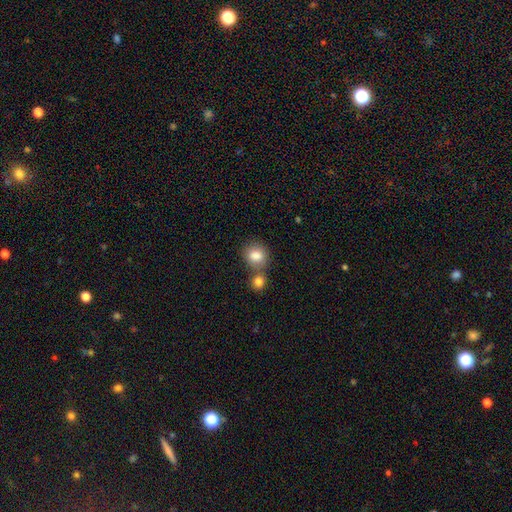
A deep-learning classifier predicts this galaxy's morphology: A smooth galaxy with no disk features (84%) that is round (72%).

Vote fractions:
- Smooth or featured? smooth: 84% / star or artifact: 9% / featured or disk: 7%
- How rounded? round: 72% / in between: 27% / cigar-shaped: 1%
- Merging? none: 54% / merger: 32% / minor disturbance: 10% / major disturbance: 4%